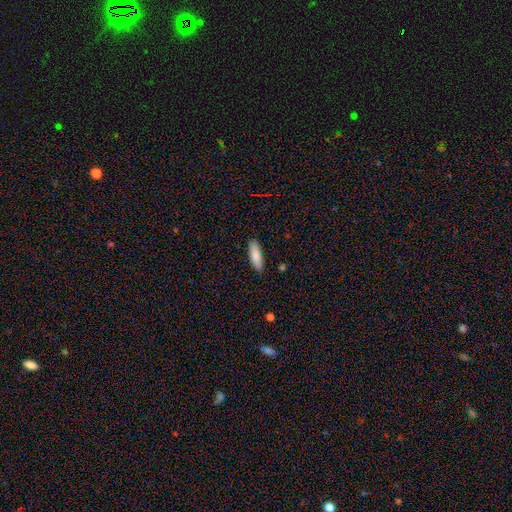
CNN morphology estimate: The model was most divided on "how rounded" (2-way tie): in between: 49%, cigar-shaped: 49%, round: 2%. More confident: merging — none (88%); smooth or featured — smooth (86%).